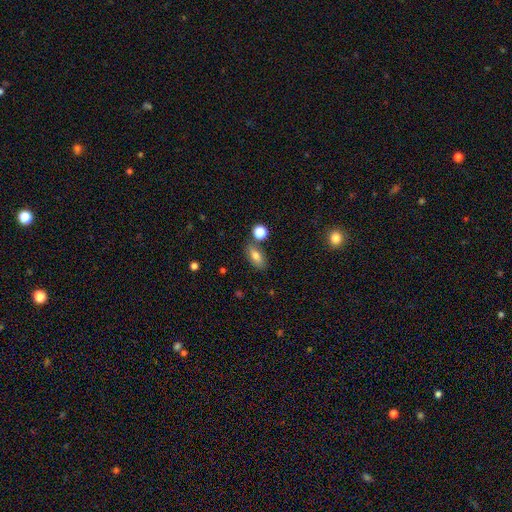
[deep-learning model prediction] Overall: smooth (77%). How rounded: in between (83%). Merging: none (72%).